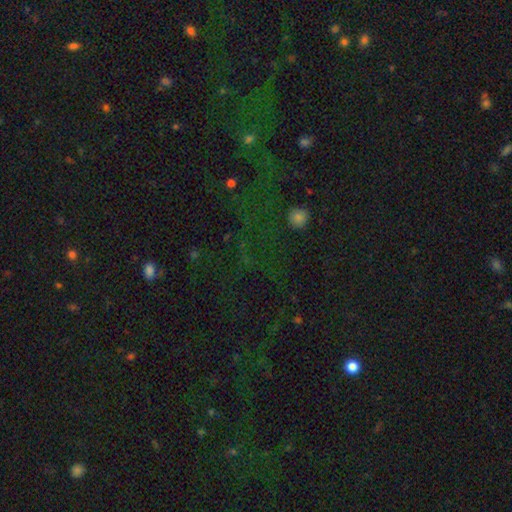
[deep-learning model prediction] The model was most divided on "smooth or featured": star or artifact: 73%, smooth: 17%, featured or disk: 10%.